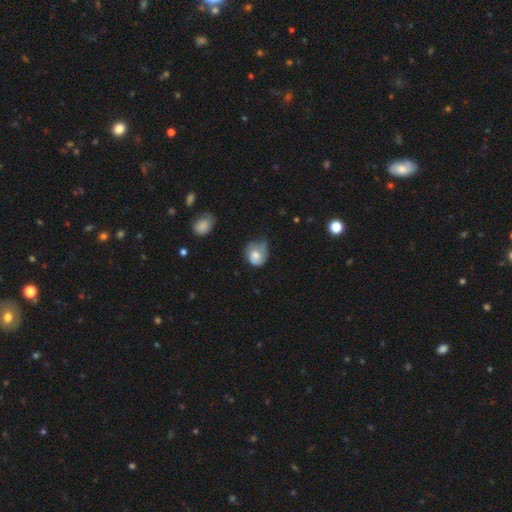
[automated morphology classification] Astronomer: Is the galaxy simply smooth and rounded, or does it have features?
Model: smooth — 67%.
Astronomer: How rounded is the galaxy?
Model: round — 61% (runner-up: in between, 38%).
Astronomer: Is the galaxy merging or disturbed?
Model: minor disturbance — 43% (runner-up: none, 33%).